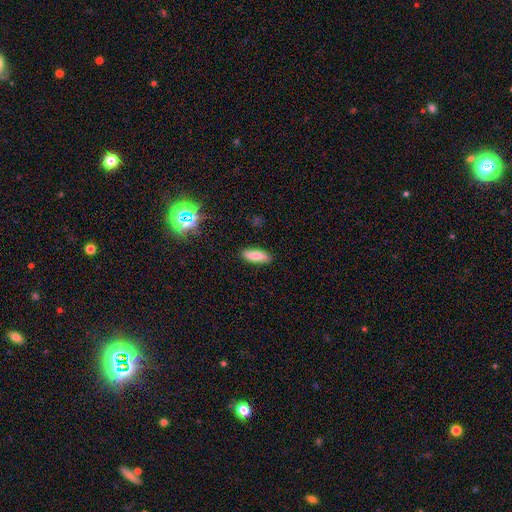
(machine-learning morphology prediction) Smooth or featured: smooth — 78% (featured or disk — 13%)
How rounded: in between — 60% (cigar-shaped — 38%)
Merging: none — 86% (minor disturbance — 10%)